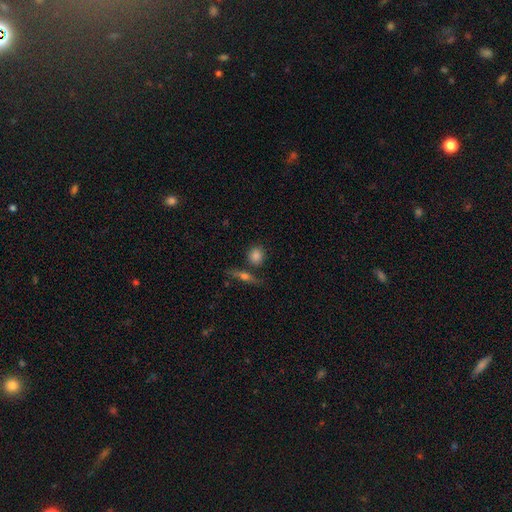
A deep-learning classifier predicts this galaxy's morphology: smooth-or-featured: smooth: 80% | featured or disk: 11% | star or artifact: 9%
  how-rounded: round: 76% | in between: 20% | cigar-shaped: 4%
  merging: none: 73% | merger: 12% | minor disturbance: 11% | major disturbance: 4%